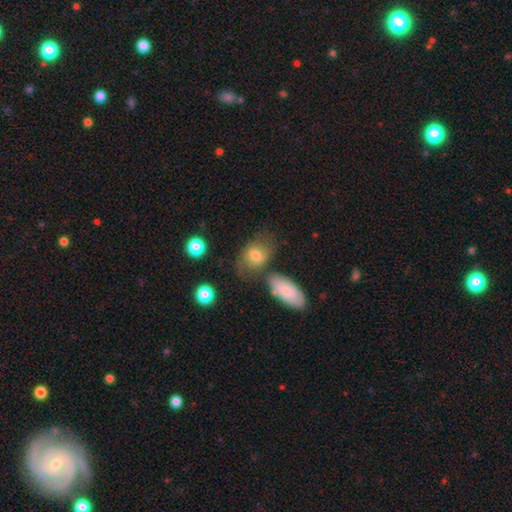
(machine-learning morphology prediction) This is likely a smooth galaxy (70%). How rounded: likely in between (67%). Merging: possibly none (52%).